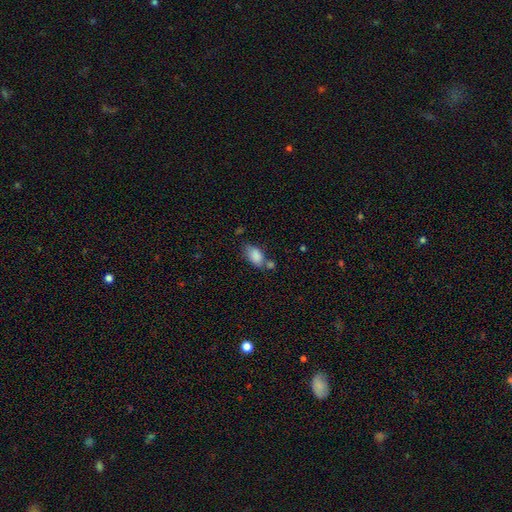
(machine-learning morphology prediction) The model was most divided on "merging": none: 50%, minor disturbance: 23%, merger: 20%, major disturbance: 7%. More confident: how rounded — in between (91%); smooth or featured — smooth (85%).